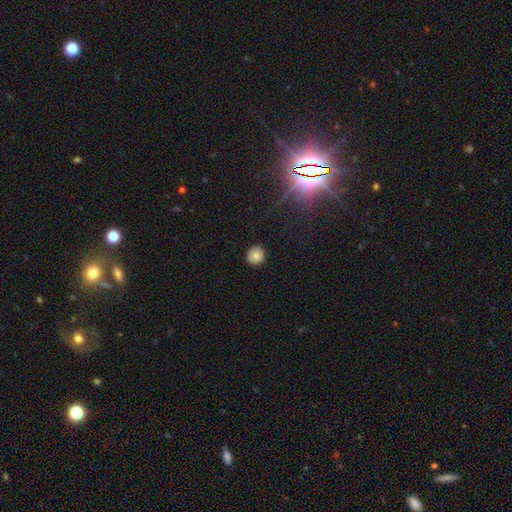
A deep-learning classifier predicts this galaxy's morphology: Q: Smooth or featured?
A: smooth (81%); runner-up: star or artifact (12%)
Q: How rounded?
A: round (91%); runner-up: in between (8%)
Q: Merging?
A: none (89%); runner-up: minor disturbance (8%)